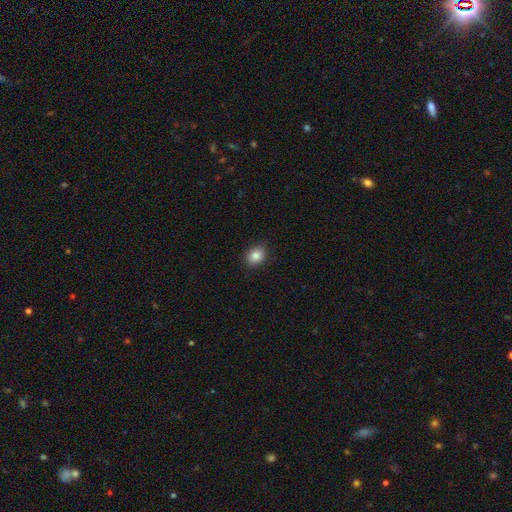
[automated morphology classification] This is clearly a smooth galaxy (85%). How rounded: possibly round (50%). Merging: clearly none (89%).